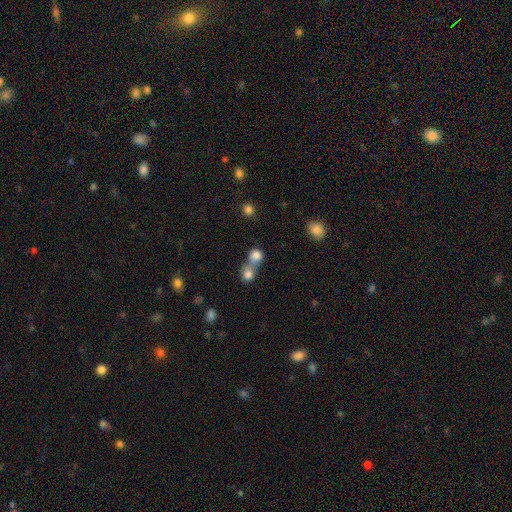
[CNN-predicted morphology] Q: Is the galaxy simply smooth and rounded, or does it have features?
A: smooth — 81%.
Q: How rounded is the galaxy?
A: round — 81%.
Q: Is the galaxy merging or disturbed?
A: merger — 60%.